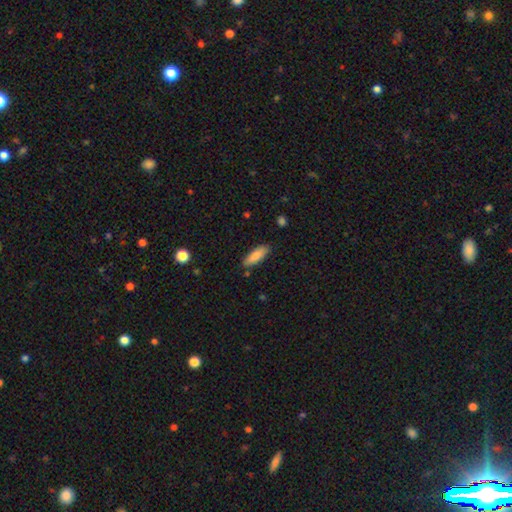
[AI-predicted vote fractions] smooth 85%, featured or disk 9%, star or artifact 6%. Down the decision tree: how rounded — in between (58%); merging — none (85%).